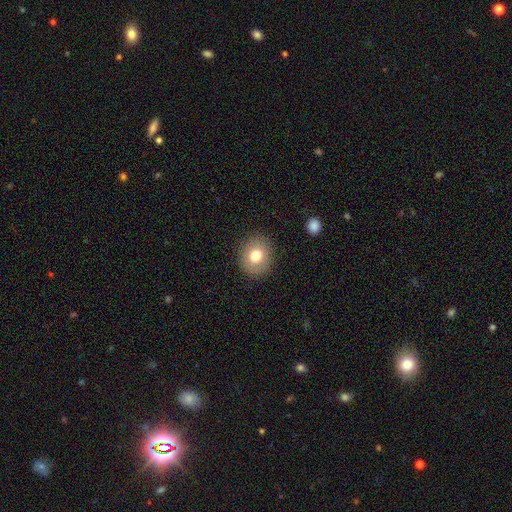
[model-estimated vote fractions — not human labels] A smooth galaxy with no disk features (77%) that is round (69%). Merging: none (87%).